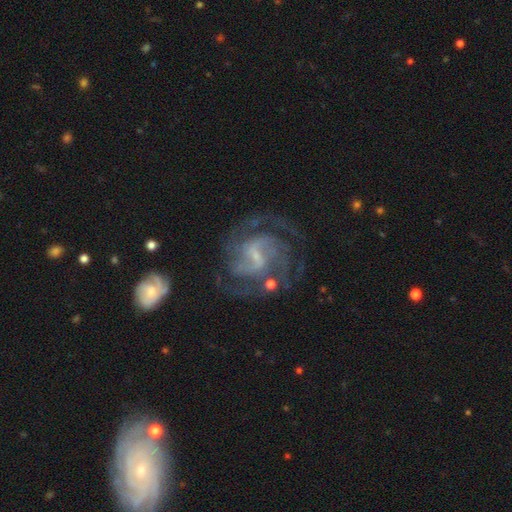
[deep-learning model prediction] Smooth or featured? Predicted: featured or disk (p=0.86). Edge-on disk? Predicted: no (p=0.98). Bar? Predicted: weak (p=0.55). Spiral arms? Predicted: yes (p=0.95). Spiral winding? Predicted: medium (p=0.47). Spiral arm count? Predicted: 2 (p=0.35). Bulge size? Predicted: small (p=0.58). Merging? Predicted: none (p=0.64).